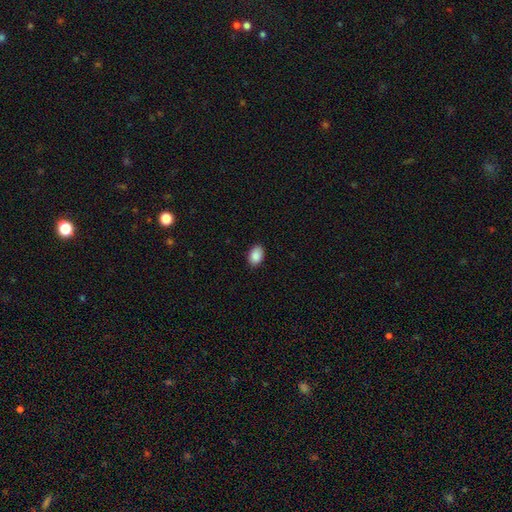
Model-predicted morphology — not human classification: Smooth or featured? smooth (90%)
How rounded? in between (87%)
Merging? none (87%)